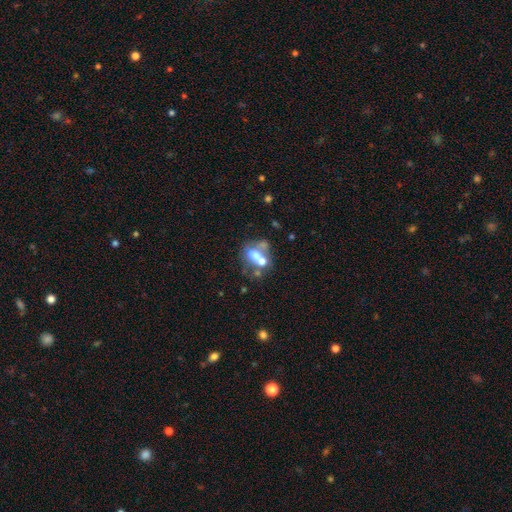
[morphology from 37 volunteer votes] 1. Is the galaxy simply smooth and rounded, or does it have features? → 73% smooth, 22% featured or disk, 5% star or artifact.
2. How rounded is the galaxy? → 78% in between, 11% round, 11% cigar-shaped.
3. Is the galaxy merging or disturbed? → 66% merger, 29% none, 6% major disturbance, 0% minor disturbance.